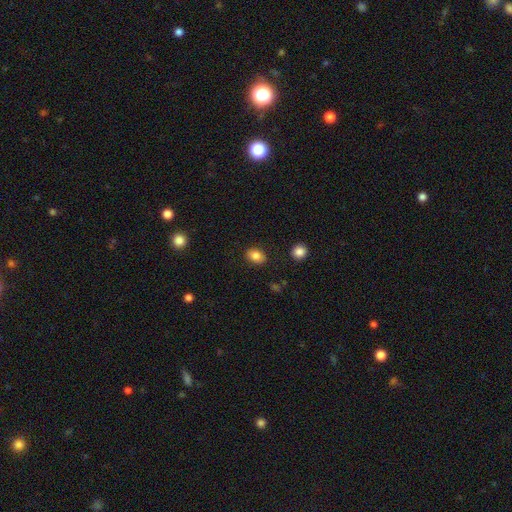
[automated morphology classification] Q: Smooth or featured?
A: smooth (84%); runner-up: star or artifact (9%)
Q: How rounded?
A: in between (71%); runner-up: round (28%)
Q: Merging?
A: none (88%); runner-up: minor disturbance (8%)